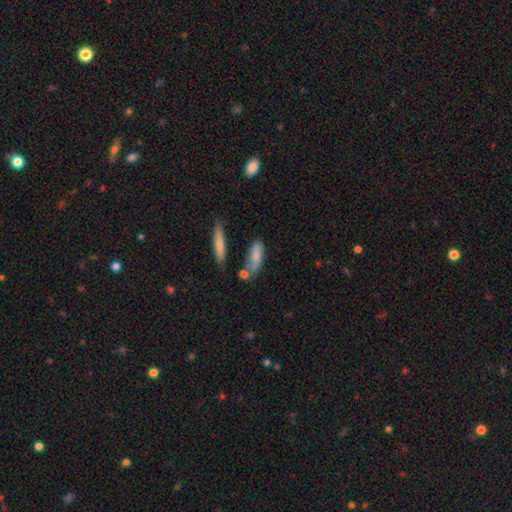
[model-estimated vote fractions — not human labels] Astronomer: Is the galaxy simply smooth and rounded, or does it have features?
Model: smooth — 73%.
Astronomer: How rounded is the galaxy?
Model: in between — 49% (runner-up: cigar-shaped, 48%).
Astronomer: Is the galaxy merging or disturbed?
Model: none — 51%.